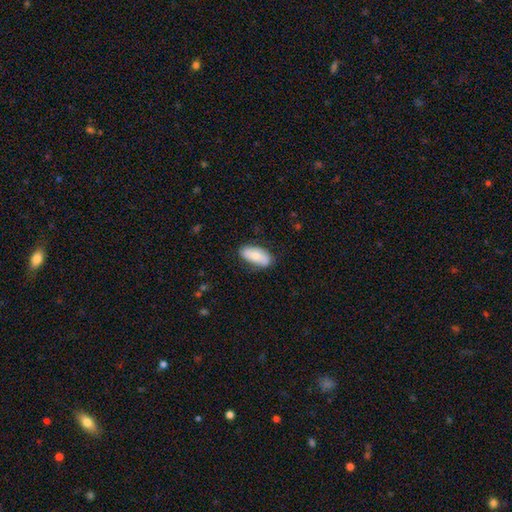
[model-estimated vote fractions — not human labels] Overall: smooth (72%). How rounded: in between (89%). Merging: none (78%).